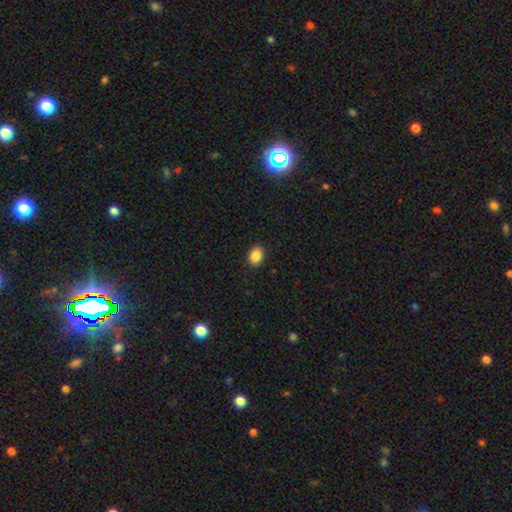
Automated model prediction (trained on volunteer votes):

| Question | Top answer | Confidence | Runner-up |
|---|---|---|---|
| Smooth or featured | smooth | 88% | star or artifact (9%) |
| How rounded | in between | 76% | round (23%) |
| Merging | none | 90% | minor disturbance (8%) |